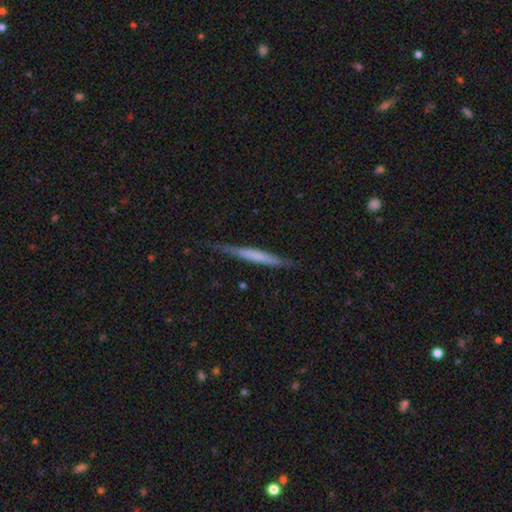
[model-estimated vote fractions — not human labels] Smooth or featured?
  - smooth: 50% *
  - featured or disk: 45%
  - star or artifact: 6%
Merging?
  - none: 81% *
  - minor disturbance: 14%
  - major disturbance: 3%
  - merger: 1%